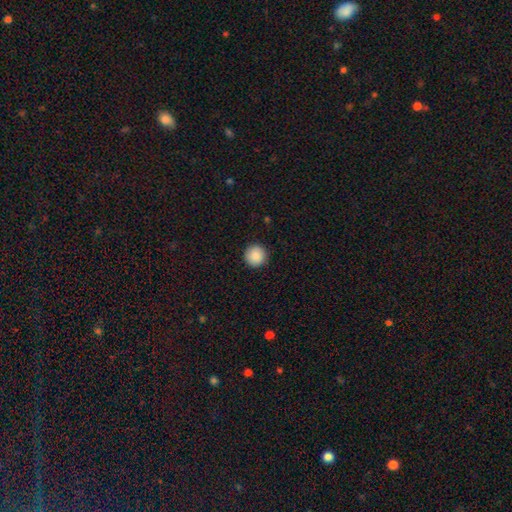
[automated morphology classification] A smooth galaxy with no disk features (89%) that is round (96%).

Vote fractions:
- Smooth or featured? smooth: 89% / star or artifact: 7% / featured or disk: 4%
- How rounded? round: 96% / in between: 3% / cigar-shaped: 1%
- Merging? none: 93% / minor disturbance: 5% / major disturbance: 2% / merger: 1%